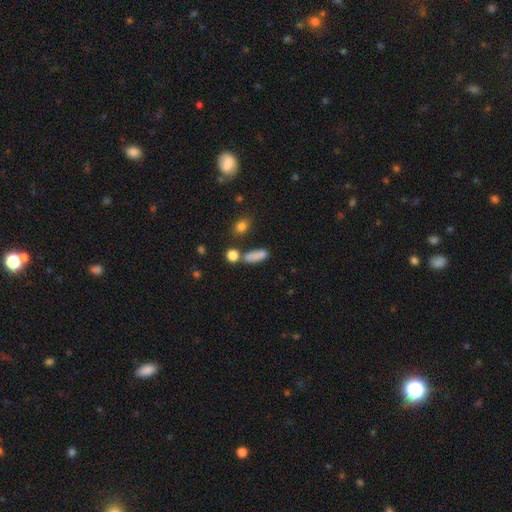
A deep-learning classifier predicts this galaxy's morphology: Smooth or featured: smooth — 81% (star or artifact — 11%)
How rounded: in between — 58% (cigar-shaped — 33%)
Merging: none — 64% (minor disturbance — 16%)